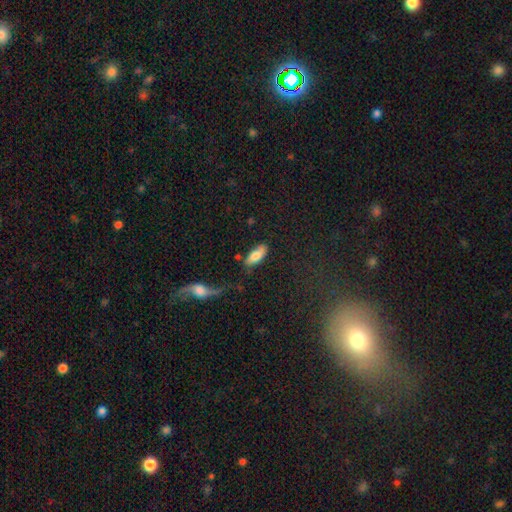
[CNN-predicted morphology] This is likely a smooth galaxy (78%). How rounded: likely in between (80%). Merging: likely none (66%).